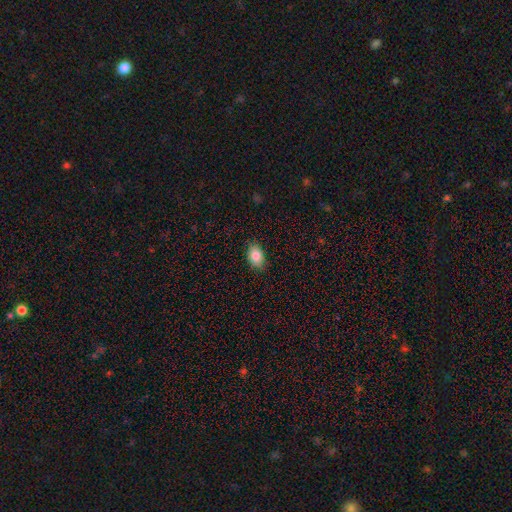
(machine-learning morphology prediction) A smooth galaxy with no disk features (85%) that is in between round and cigar-shaped (86%). Merging: none (85%).